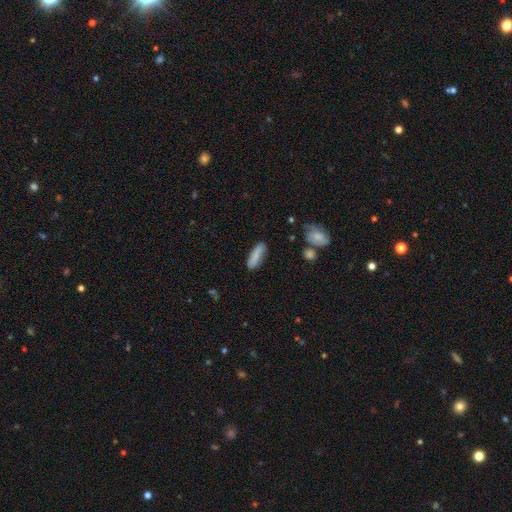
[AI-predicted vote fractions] smooth-or-featured: smooth: 80% | featured or disk: 13% | star or artifact: 7%
  how-rounded: cigar-shaped: 55% | in between: 43% | round: 2%
  merging: none: 80% | minor disturbance: 14% | major disturbance: 3% | merger: 2%